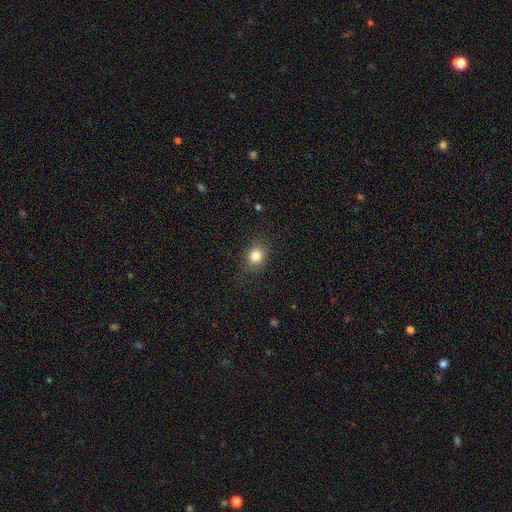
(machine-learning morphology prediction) The model was most divided on "how rounded": round: 57%, in between: 42%, cigar-shaped: 1%. More confident: merging — none (85%); smooth or featured — smooth (82%).